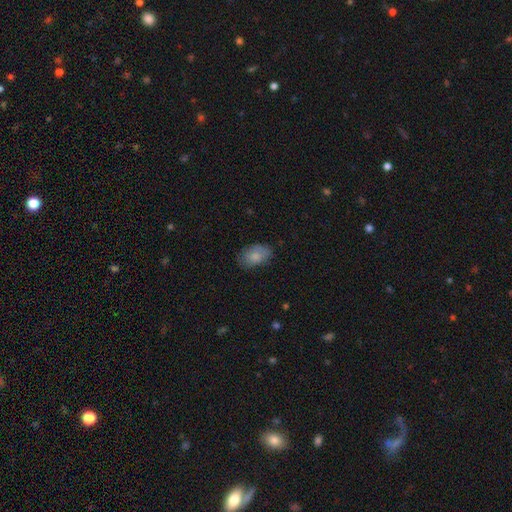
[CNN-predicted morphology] A smooth galaxy with no disk features (80%) that is in between round and cigar-shaped (89%). Merging: none (76%).